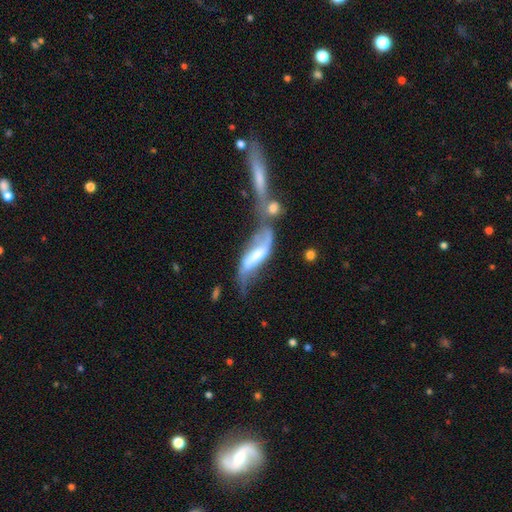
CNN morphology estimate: Q: Smooth or featured?
A: featured or disk (63%); runner-up: smooth (29%)
Q: Edge-on disk?
A: no (80%); runner-up: yes (20%)
Q: Bar?
A: strong (43%); runner-up: weak (32%)
Q: Spiral arms?
A: yes (72%); runner-up: no (28%)
Q: Bulge size?
A: moderate (37%); runner-up: small (22%)
Q: Merging?
A: merger (48%); runner-up: major disturbance (22%)